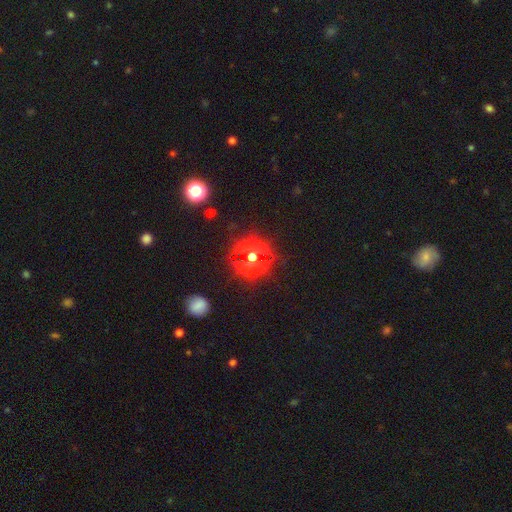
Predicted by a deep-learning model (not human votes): smooth-or-featured: star or artifact: 53% | smooth: 37% | featured or disk: 10%